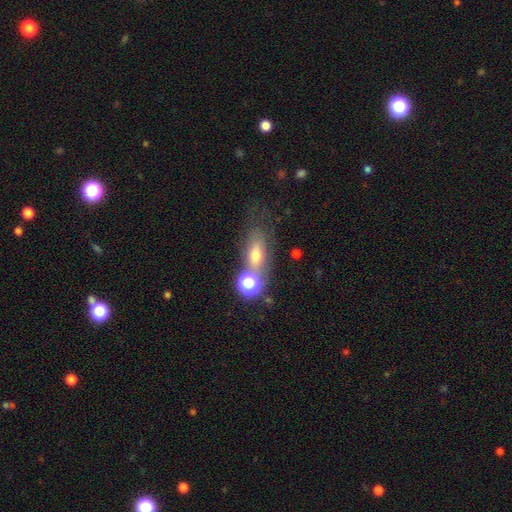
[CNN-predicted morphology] Smooth or featured?
  - smooth: 56% *
  - featured or disk: 24%
  - star or artifact: 20%
How rounded?
  - in between: 61% *
  - round: 21%
  - cigar-shaped: 18%
Merging?
  - none: 47% *
  - merger: 21%
  - minor disturbance: 18%
  - major disturbance: 13%